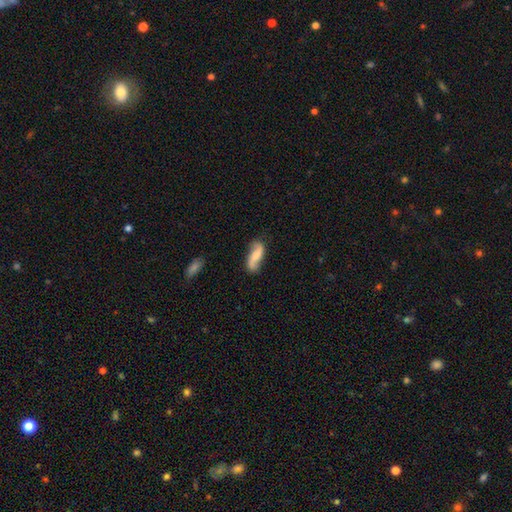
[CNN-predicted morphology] type=featured or disk (66%); edge-on=no (92%); bar=no (49%); spiral arms=yes (93%); winding=loose (79%); arm count=2 (92%); bulge=moderate (40%); merging=none (76%).